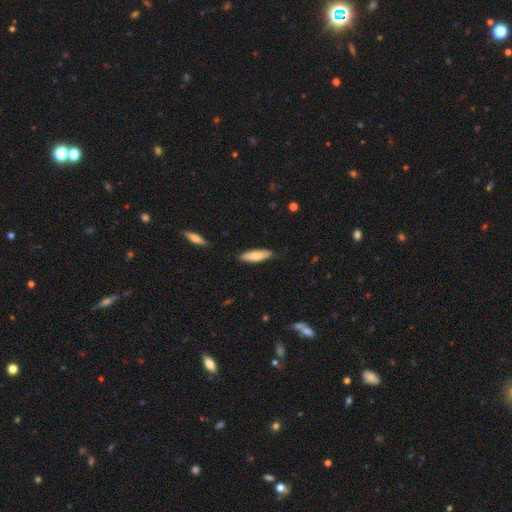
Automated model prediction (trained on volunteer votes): The model was most divided on "how rounded": cigar-shaped: 63%, in between: 35%, round: 2%. More confident: merging — none (86%); smooth or featured — smooth (75%).